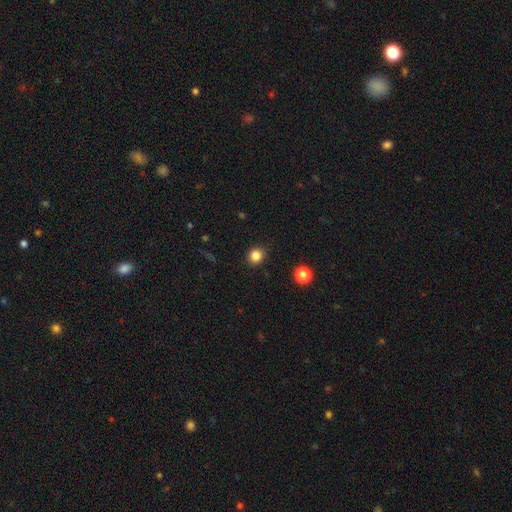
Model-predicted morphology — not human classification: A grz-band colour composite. It shows a smooth galaxy with no disk features (84%) that is round (86%). Merging: none (90%).